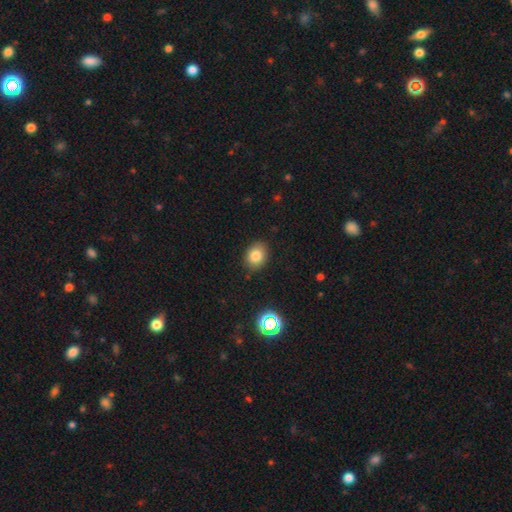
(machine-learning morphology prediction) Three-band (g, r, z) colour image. It shows a smooth galaxy with no disk features (81%) that is in between round and cigar-shaped (56%). Merging: none (87%).